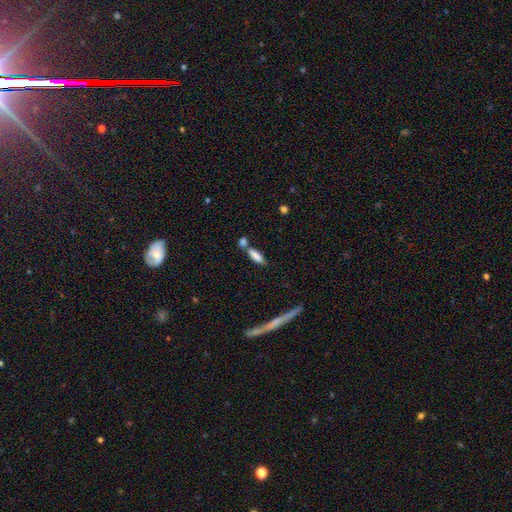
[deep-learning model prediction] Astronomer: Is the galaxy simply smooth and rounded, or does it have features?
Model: smooth — 82%.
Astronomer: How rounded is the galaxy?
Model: in between — 50% (runner-up: cigar-shaped, 47%).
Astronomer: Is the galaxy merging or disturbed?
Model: none — 50% (runner-up: merger, 34%).